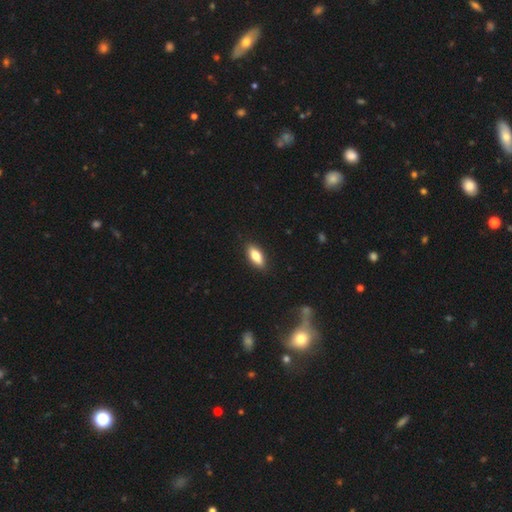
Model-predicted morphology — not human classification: Smooth or featured?
  - smooth: 78% *
  - featured or disk: 16%
  - star or artifact: 7%
How rounded?
  - in between: 79% *
  - cigar-shaped: 18%
  - round: 3%
Merging?
  - none: 88% *
  - minor disturbance: 9%
  - major disturbance: 2%
  - merger: 1%